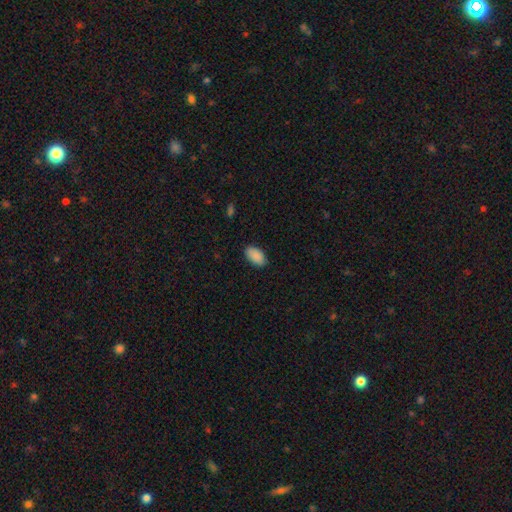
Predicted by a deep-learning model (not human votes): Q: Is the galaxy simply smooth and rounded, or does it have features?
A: smooth — 90%.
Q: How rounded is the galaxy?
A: in between — 95%.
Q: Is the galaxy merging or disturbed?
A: none — 87%.